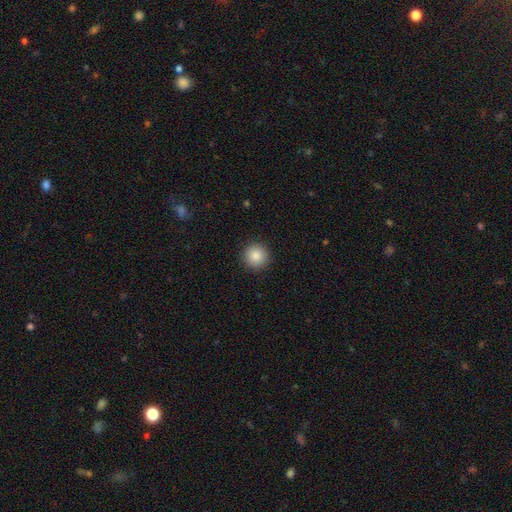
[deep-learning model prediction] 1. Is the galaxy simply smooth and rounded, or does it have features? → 87% smooth, 9% star or artifact, 4% featured or disk.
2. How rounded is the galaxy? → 95% round, 4% in between, 1% cigar-shaped.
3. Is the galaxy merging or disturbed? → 92% none, 5% minor disturbance, 2% major disturbance, 1% merger.